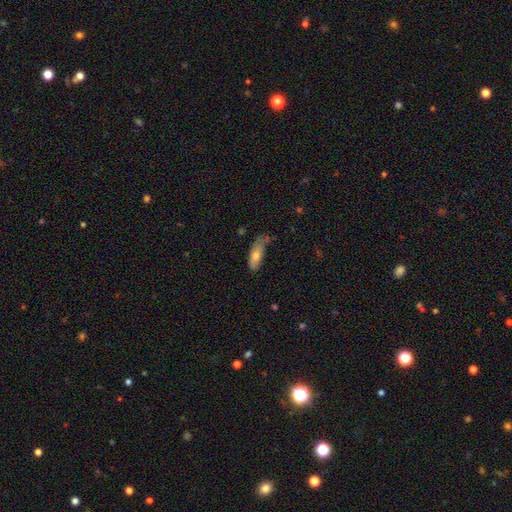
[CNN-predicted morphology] Smooth or featured?
  - smooth: 70% *
  - featured or disk: 23%
  - star or artifact: 7%
How rounded?
  - in between: 60% *
  - cigar-shaped: 37%
  - round: 3%
Merging?
  - none: 42% *
  - minor disturbance: 37%
  - major disturbance: 16%
  - merger: 5%